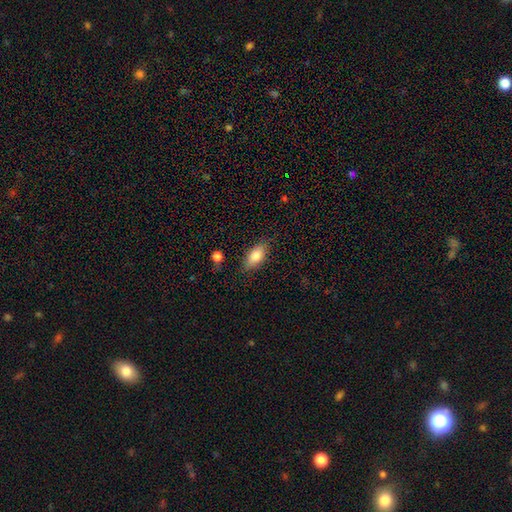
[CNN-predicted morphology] smooth 83%, featured or disk 10%, star or artifact 7%. Down the decision tree: how rounded — in between (88%); merging — none (80%).